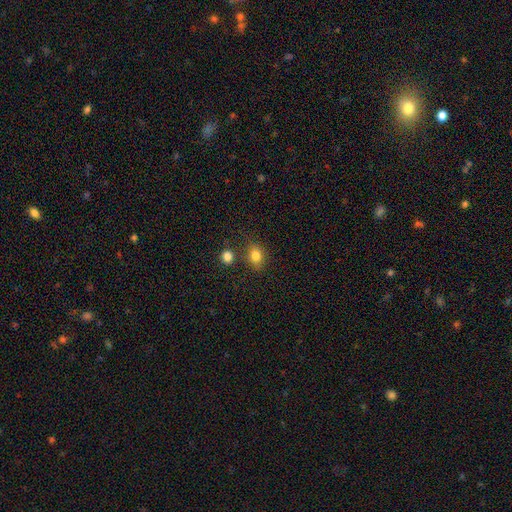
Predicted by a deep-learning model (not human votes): Morphology: type=smooth (82%); roundness=in between (52%); merging=none (74%).